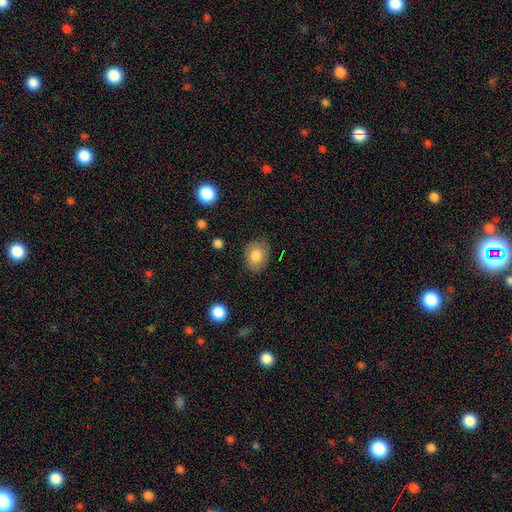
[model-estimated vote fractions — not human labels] This appears to be a smooth galaxy with no disk features (82%) that is in between round and cigar-shaped (51%). Merging: none (82%).